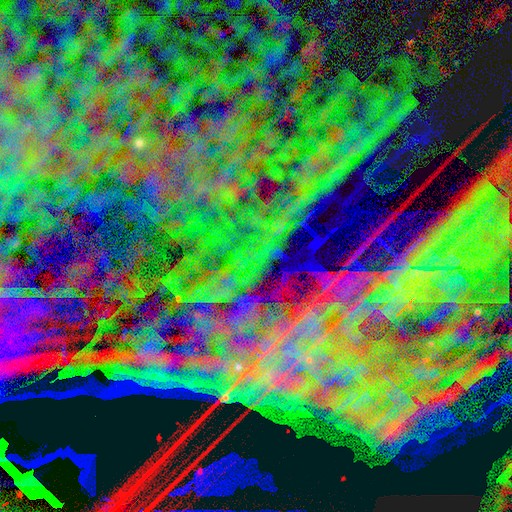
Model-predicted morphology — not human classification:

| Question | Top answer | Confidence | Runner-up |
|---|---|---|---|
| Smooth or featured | star or artifact | 86% | featured or disk (7%) |